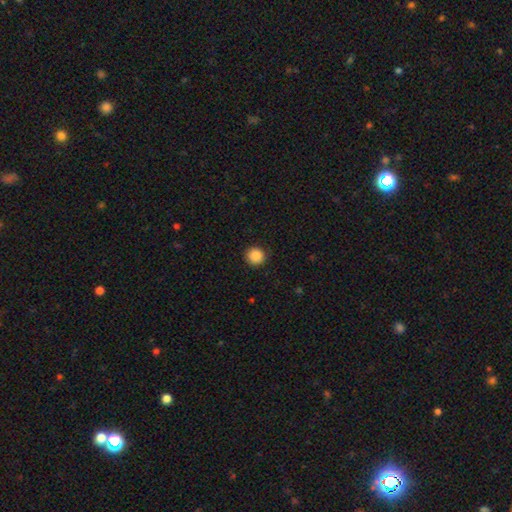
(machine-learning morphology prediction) This appears to be a smooth galaxy with no disk features (88%) that is round (94%). Merging: none (91%).